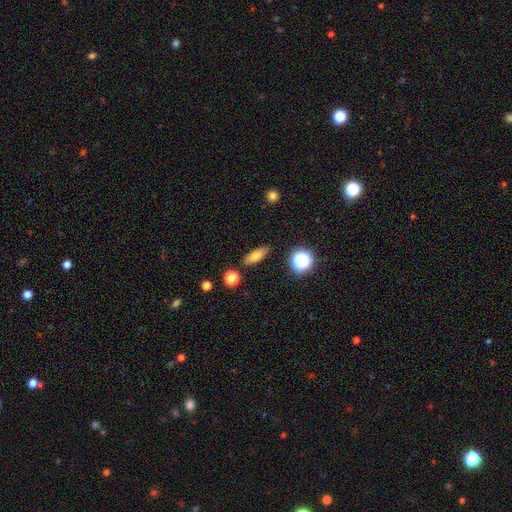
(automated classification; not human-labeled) Smooth or featured? smooth (75%)
How rounded? in between (62%)
Merging? none (86%)